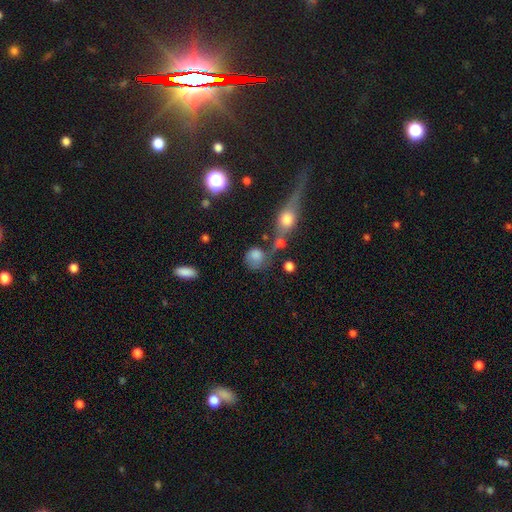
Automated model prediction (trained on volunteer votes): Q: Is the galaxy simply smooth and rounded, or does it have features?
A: smooth — 74%.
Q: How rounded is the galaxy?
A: round — 73%.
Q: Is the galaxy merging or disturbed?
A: none — 41%.